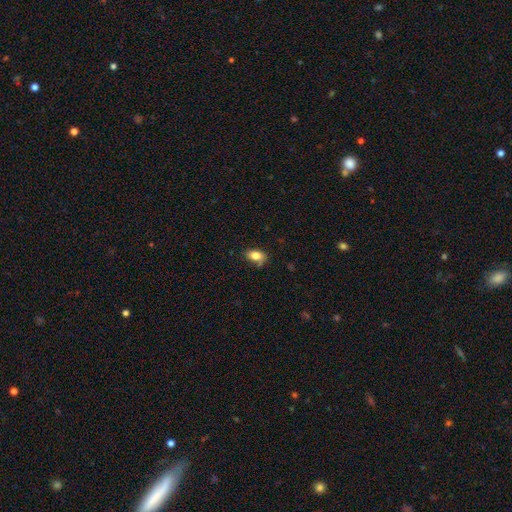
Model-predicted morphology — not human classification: smooth_or_featured: smooth (p=0.81) [alt: featured or disk p=0.10]
how_rounded: in between (p=0.87) [alt: round p=0.10]
merging: none (p=0.67) [alt: minor disturbance p=0.24]